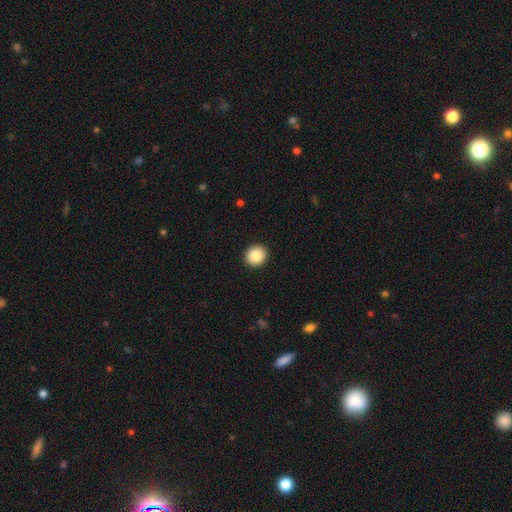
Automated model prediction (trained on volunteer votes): smooth_or_featured: smooth (p=0.87) [alt: star or artifact p=0.08]
how_rounded: round (p=0.85) [alt: in between p=0.14]
merging: none (p=0.92) [alt: minor disturbance p=0.05]